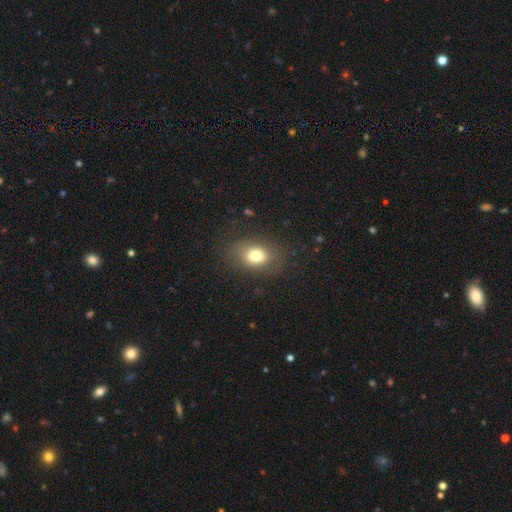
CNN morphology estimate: Smooth or featured? smooth (76%)
How rounded? in between (64%)
Merging? none (77%)